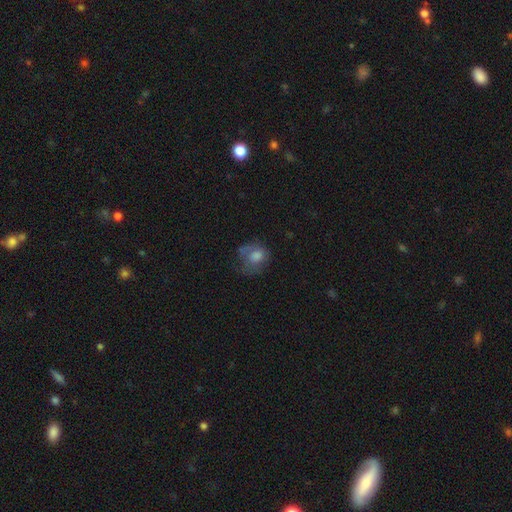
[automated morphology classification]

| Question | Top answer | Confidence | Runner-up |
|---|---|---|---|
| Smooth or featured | smooth | 60% | featured or disk (28%) |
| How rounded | round | 65% | in between (34%) |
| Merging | none | 43% | major disturbance (28%) |